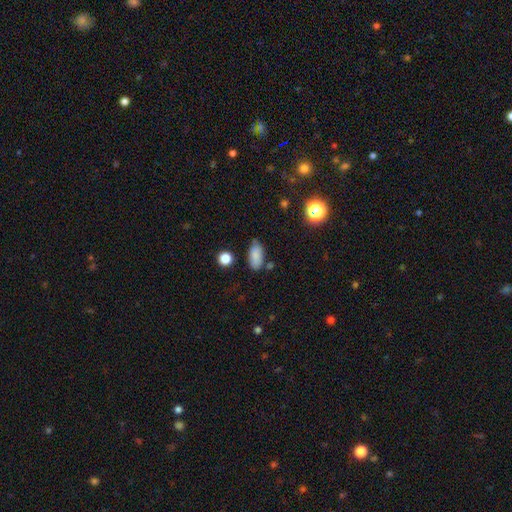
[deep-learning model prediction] This appears to be a smooth galaxy with no disk features (83%) that is in between round and cigar-shaped (90%). Merging: none (72%).